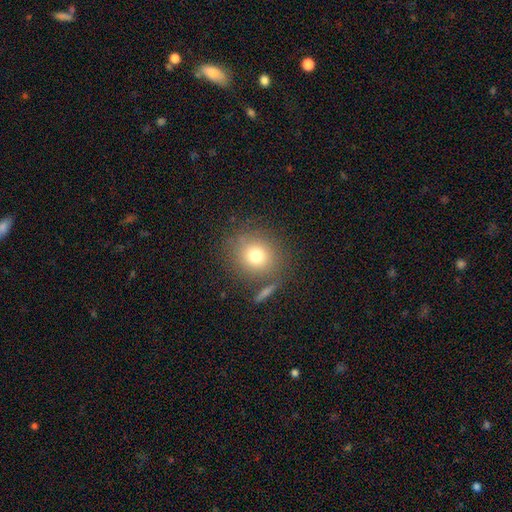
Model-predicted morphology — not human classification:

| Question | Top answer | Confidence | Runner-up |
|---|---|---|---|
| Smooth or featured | smooth | 75% | star or artifact (13%) |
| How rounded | round | 84% | in between (14%) |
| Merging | none | 78% | minor disturbance (10%) |